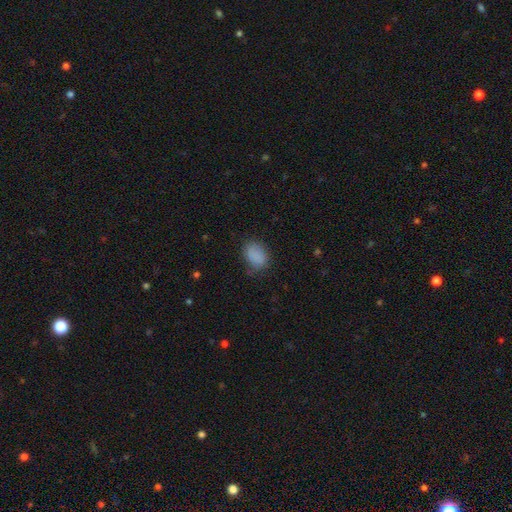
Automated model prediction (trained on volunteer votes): The model was most divided on "how rounded": in between: 71%, round: 27%, cigar-shaped: 1%. More confident: smooth or featured — smooth (86%); merging — none (69%).